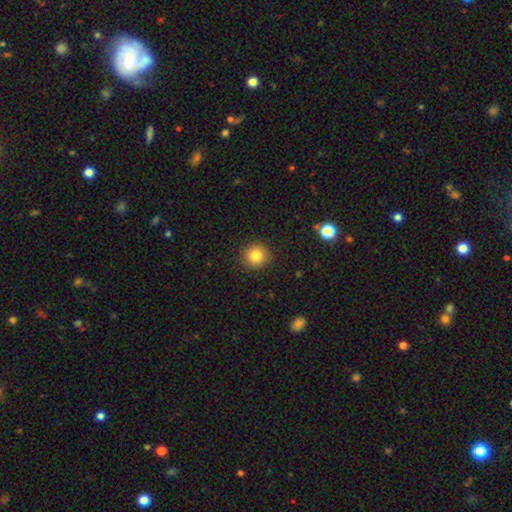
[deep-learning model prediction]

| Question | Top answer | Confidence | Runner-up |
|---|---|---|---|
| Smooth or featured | smooth | 84% | star or artifact (11%) |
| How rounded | round | 92% | in between (7%) |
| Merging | none | 91% | minor disturbance (6%) |